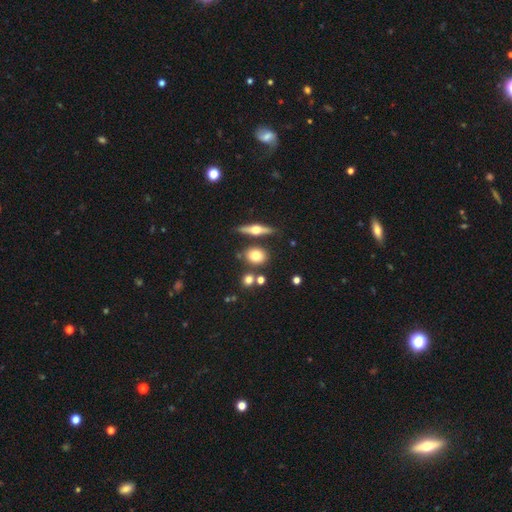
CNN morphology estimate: Smooth or featured: smooth — 71% (featured or disk — 19%)
How rounded: round — 56% (in between — 39%)
Merging: none — 74% (minor disturbance — 12%)